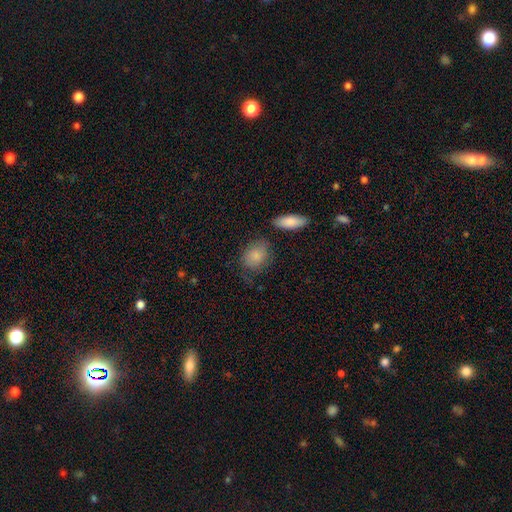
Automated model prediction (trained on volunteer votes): Smooth or featured: smooth — 85% (featured or disk — 8%)
How rounded: in between — 64% (round — 34%)
Merging: none — 65% (minor disturbance — 22%)